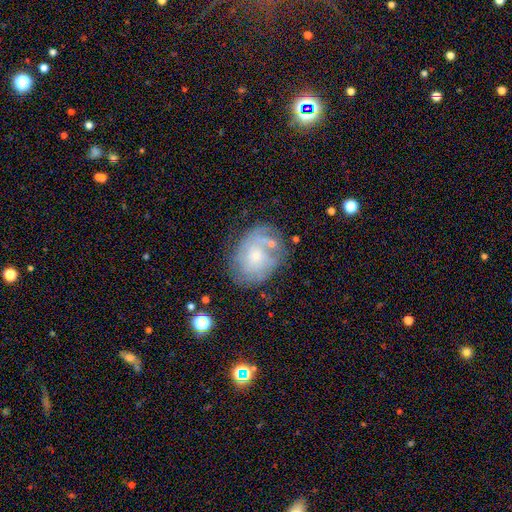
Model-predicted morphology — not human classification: Smooth or featured?
  - featured or disk: 59% *
  - smooth: 32%
  - star or artifact: 9%
Edge-on disk?
  - no: 97% *
  - yes: 3%
Bar?
  - no: 82% *
  - weak: 15%
  - strong: 3%
Spiral arms?
  - yes: 70% *
  - no: 30%
Bulge size?
  - small: 66% *
  - moderate: 26%
  - none: 4%
  - large: 3%
  - dominant: 1%
Merging?
  - none: 60% *
  - minor disturbance: 22%
  - major disturbance: 10%
  - merger: 7%